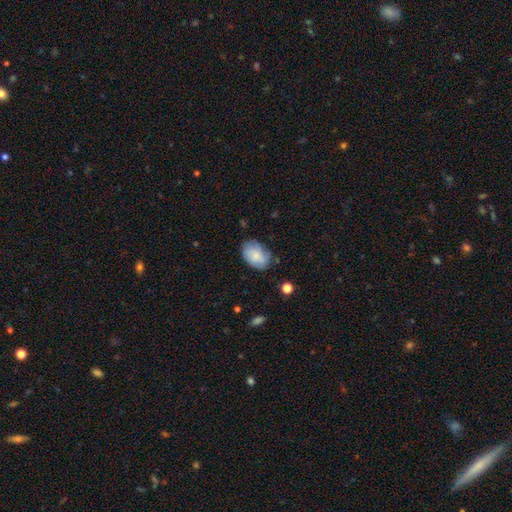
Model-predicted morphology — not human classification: The model was most divided on "merging": none: 69%, minor disturbance: 24%, major disturbance: 6%, merger: 2%. More confident: how rounded — in between (85%); smooth or featured — smooth (77%).